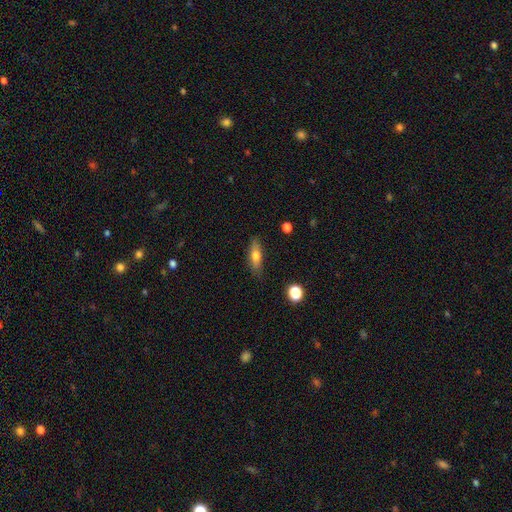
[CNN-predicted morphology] Smooth or featured? smooth (65%)
How rounded? in between (53%)
Merging? none (82%)